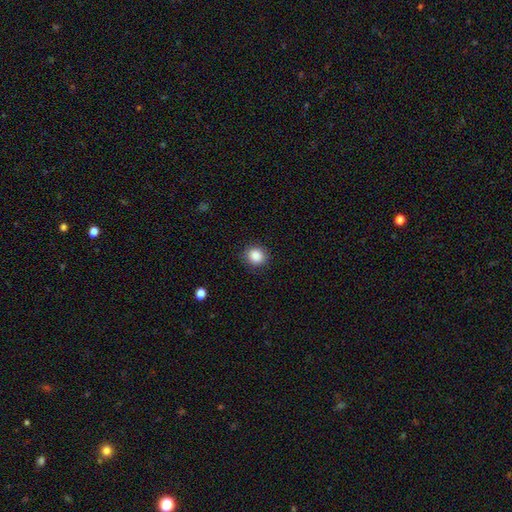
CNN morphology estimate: Overall: smooth (87%). How rounded: round (85%). Merging: none (88%).